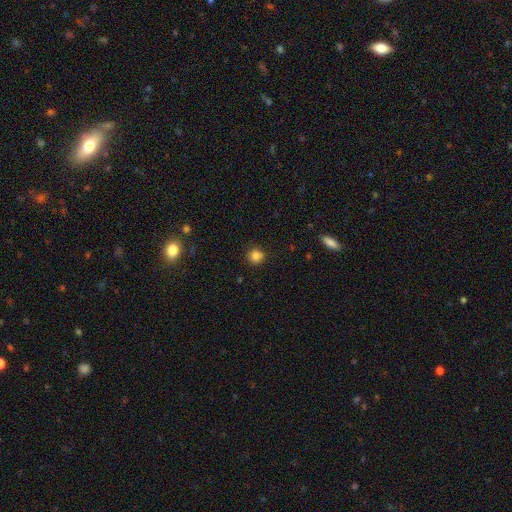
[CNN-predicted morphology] Smooth or featured: smooth — 83% (star or artifact — 12%)
How rounded: round — 92% (in between — 7%)
Merging: none — 87% (minor disturbance — 9%)